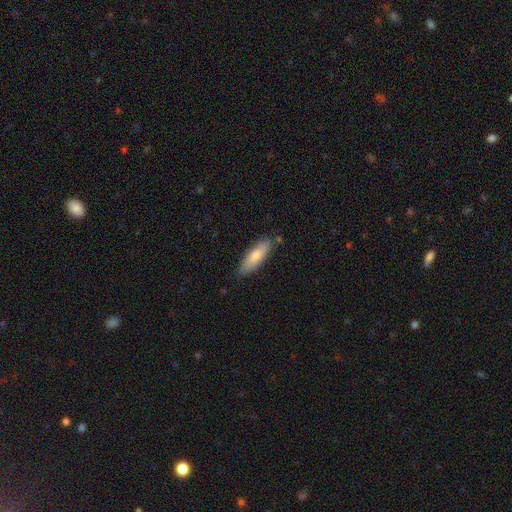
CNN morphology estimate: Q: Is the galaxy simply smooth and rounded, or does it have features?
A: smooth — 77%.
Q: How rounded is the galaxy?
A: in between — 53%.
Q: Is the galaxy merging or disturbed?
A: none — 82%.